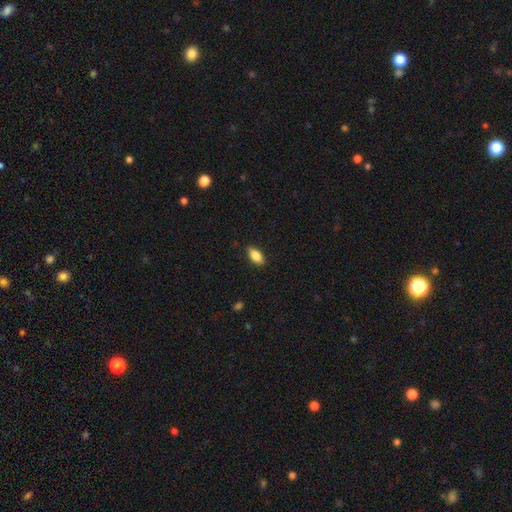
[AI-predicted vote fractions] Overall: smooth (85%). How rounded: in between (90%). Merging: none (87%).